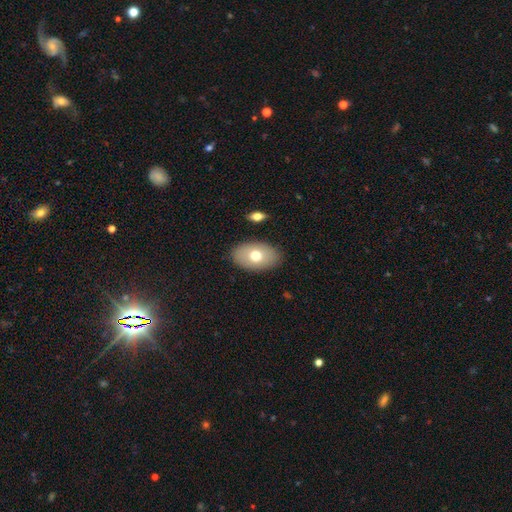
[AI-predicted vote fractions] The model was most divided on "smooth or featured": smooth: 69%, featured or disk: 24%, star or artifact: 7%. More confident: how rounded — in between (91%); merging — none (86%).